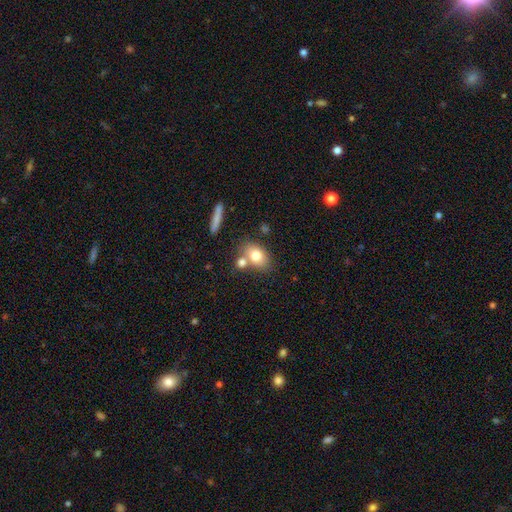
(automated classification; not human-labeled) smooth_or_featured: smooth (p=0.75) [alt: featured or disk p=0.16]
how_rounded: in between (p=0.73) [alt: round p=0.24]
merging: none (p=0.57) [alt: merger p=0.27]